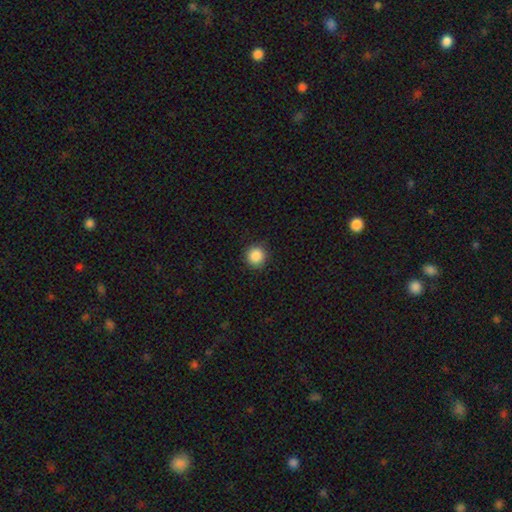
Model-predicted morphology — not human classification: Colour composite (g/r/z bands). It shows a smooth galaxy with no disk features (88%) that is round (93%). Merging: none (89%).